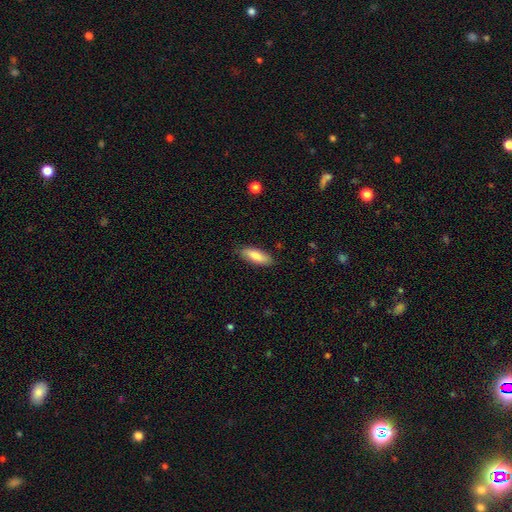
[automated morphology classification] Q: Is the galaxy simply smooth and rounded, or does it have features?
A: smooth — 81%.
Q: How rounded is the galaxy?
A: in between — 59%.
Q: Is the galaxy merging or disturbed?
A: none — 86%.